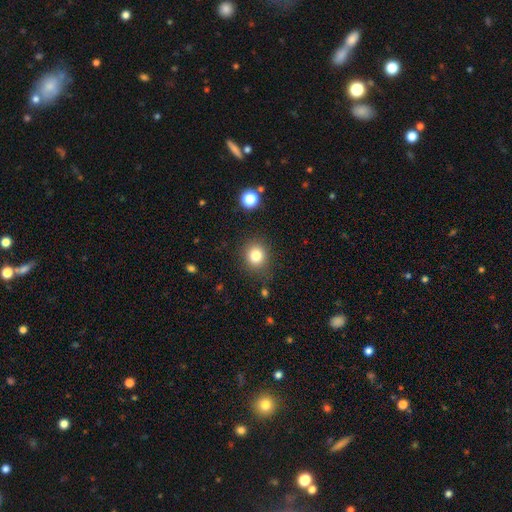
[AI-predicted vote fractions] Smooth or featured? smooth (81%)
How rounded? round (83%)
Merging? none (83%)